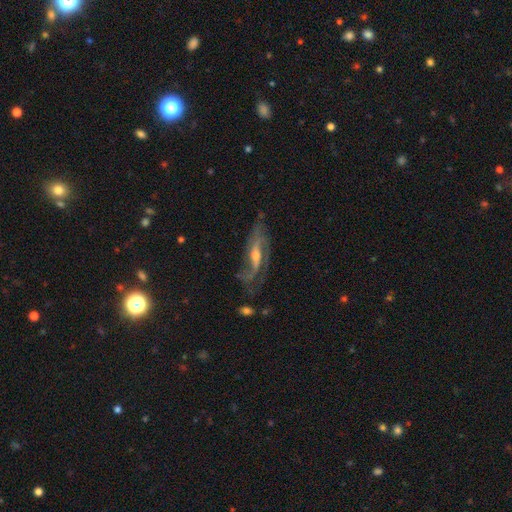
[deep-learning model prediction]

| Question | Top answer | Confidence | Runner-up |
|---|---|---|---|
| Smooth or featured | featured or disk | 83% | smooth (11%) |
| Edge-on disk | no | 84% | yes (16%) |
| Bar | weak | 44% | no (33%) |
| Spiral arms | yes | 93% | no (7%) |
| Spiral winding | loose | 47% | medium (39%) |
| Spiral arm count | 2 | 71% | can't tell (12%) |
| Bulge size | moderate | 54% | small (37%) |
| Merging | none | 56% | minor disturbance (22%) |